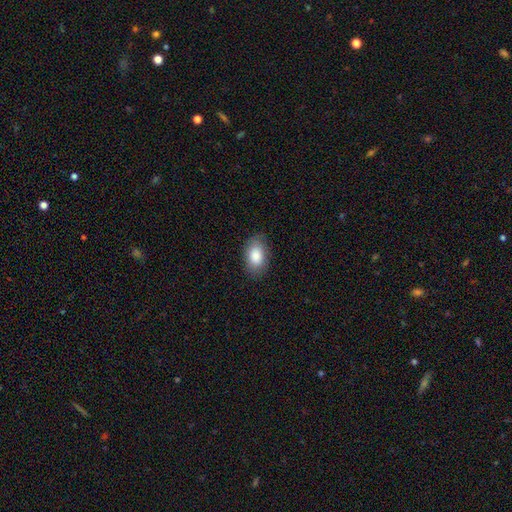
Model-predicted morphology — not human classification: Smooth or featured: smooth — 85% (featured or disk — 9%)
How rounded: in between — 91% (round — 8%)
Merging: none — 82% (minor disturbance — 14%)